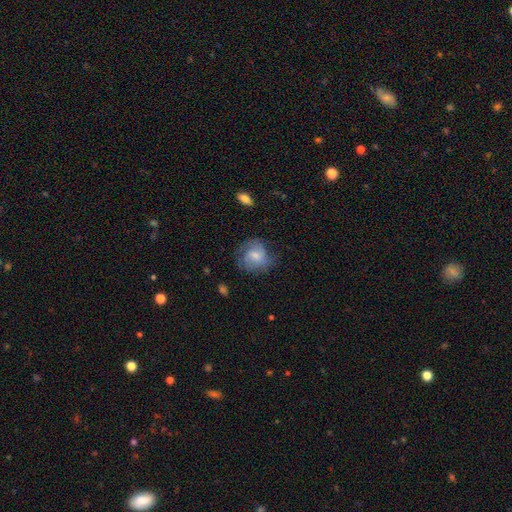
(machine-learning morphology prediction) This is possibly a featured or disk galaxy (49%). Merging: possibly none (60%).